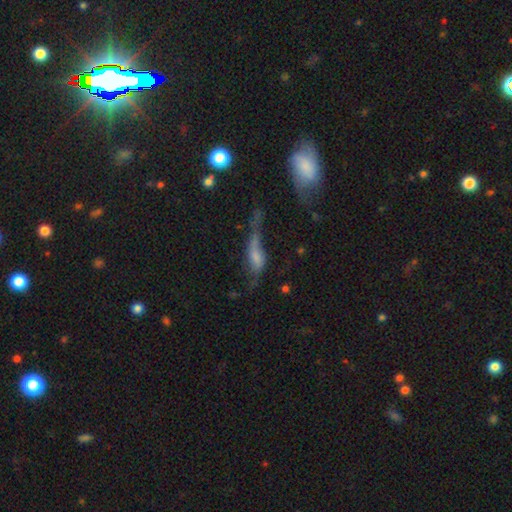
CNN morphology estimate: Smooth or featured?
  - smooth: 44% *
  - featured or disk: 43%
  - star or artifact: 13%
Merging?
  - major disturbance: 46% *
  - none: 21%
  - minor disturbance: 20%
  - merger: 13%